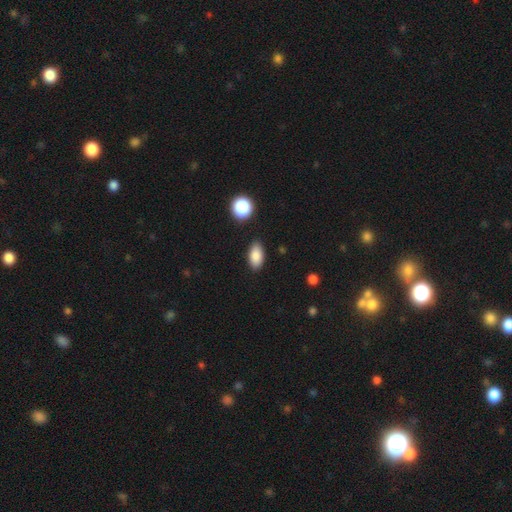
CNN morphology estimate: Overall: smooth (85%). How rounded: in between (92%). Merging: none (87%).